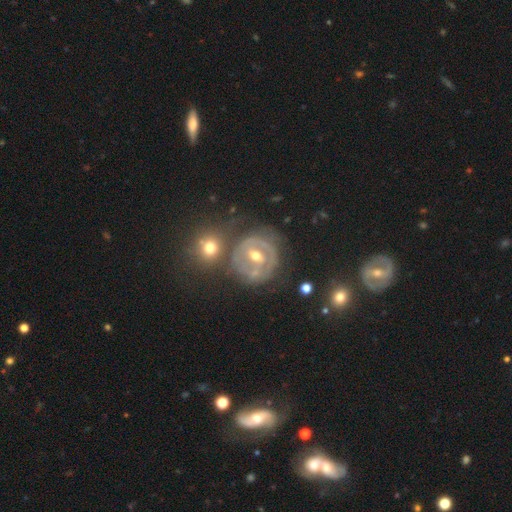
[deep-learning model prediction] This is likely a featured or disk galaxy (73%). It is clearly not viewed edge-on (96%). Bar: marginally weak (41%). Spiral arm pattern: likely yes (62%). Central bulge: likely moderate (67%). Merging: likely none (63%).